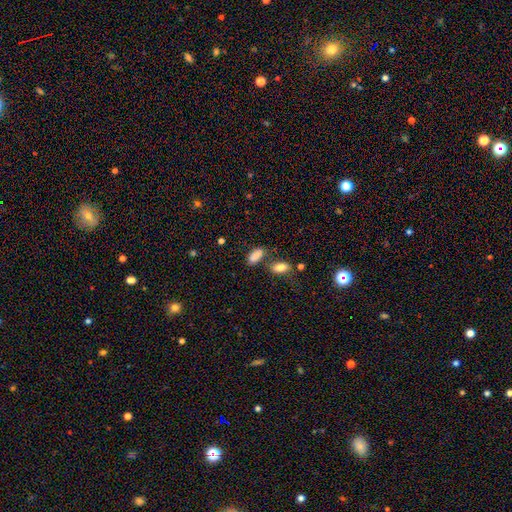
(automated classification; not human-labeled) smooth_or_featured: smooth (p=0.85) [alt: star or artifact p=0.09]
how_rounded: in between (p=0.87) [alt: cigar-shaped p=0.10]
merging: none (p=0.60) [alt: merger p=0.18]